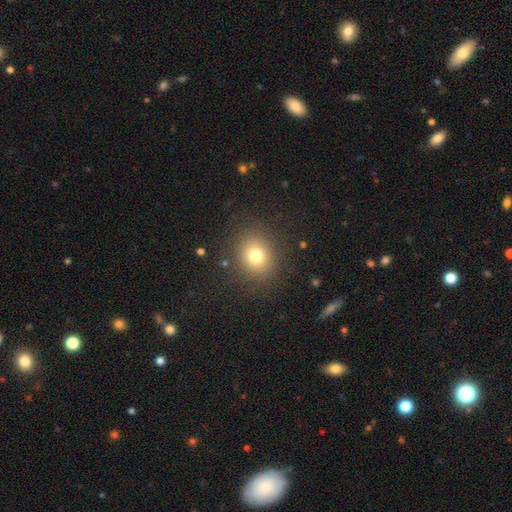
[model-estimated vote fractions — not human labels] Smooth or featured? Predicted: smooth (p=0.76). How rounded? Predicted: round (p=0.75). Merging? Predicted: none (p=0.86).